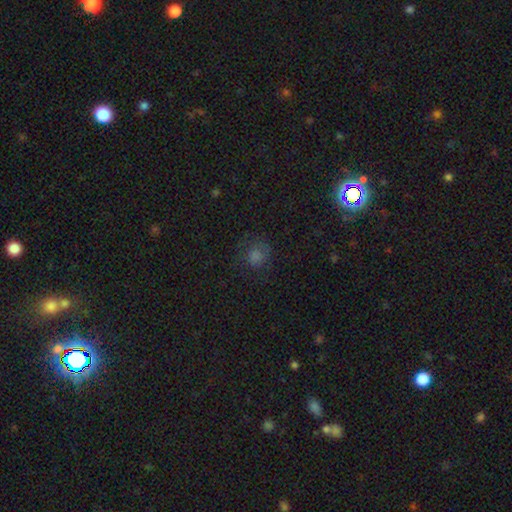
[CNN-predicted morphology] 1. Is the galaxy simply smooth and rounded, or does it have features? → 58% smooth, 30% star or artifact, 12% featured or disk.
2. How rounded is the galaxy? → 78% round, 21% in between, 1% cigar-shaped.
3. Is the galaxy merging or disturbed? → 70% none, 18% minor disturbance, 11% major disturbance, 2% merger.